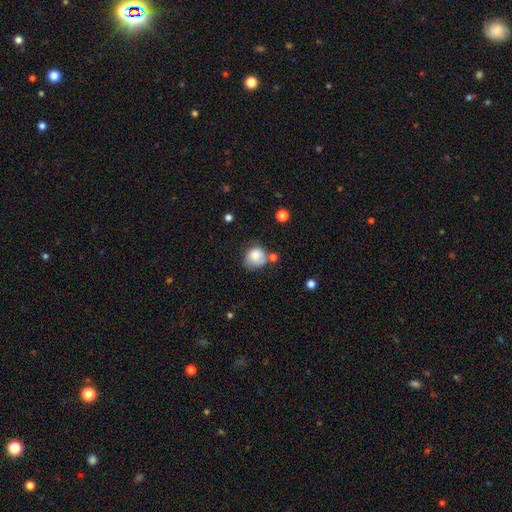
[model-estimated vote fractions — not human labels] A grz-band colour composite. It shows a smooth galaxy with no disk features (75%) that is round (75%). Merging: none (46%).